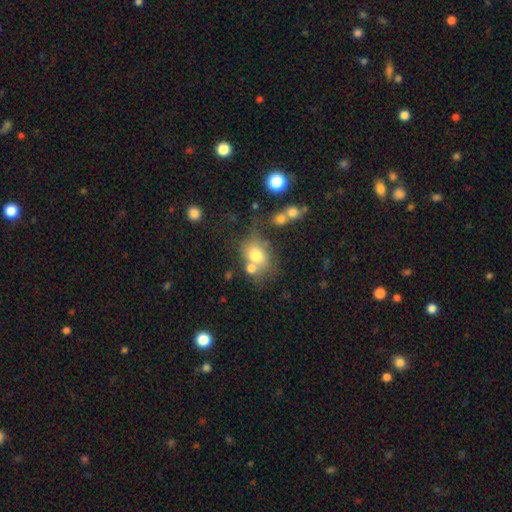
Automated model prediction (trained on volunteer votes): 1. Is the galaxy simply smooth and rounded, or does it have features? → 72% smooth, 17% featured or disk, 12% star or artifact.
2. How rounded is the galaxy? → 53% in between, 46% round, 1% cigar-shaped.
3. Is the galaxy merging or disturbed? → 44% none, 32% merger, 16% minor disturbance, 9% major disturbance.